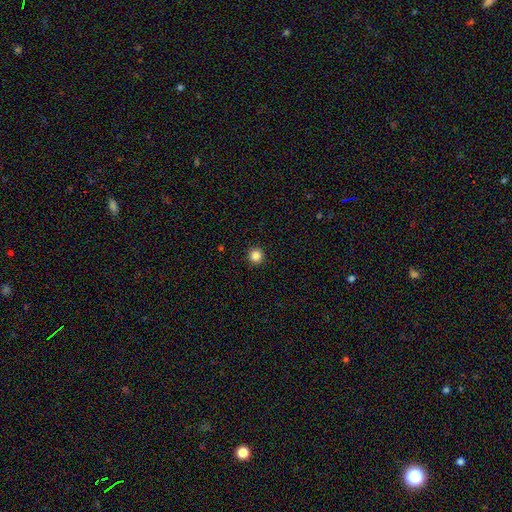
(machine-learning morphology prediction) type=smooth (86%); roundness=round (96%); merging=none (94%).